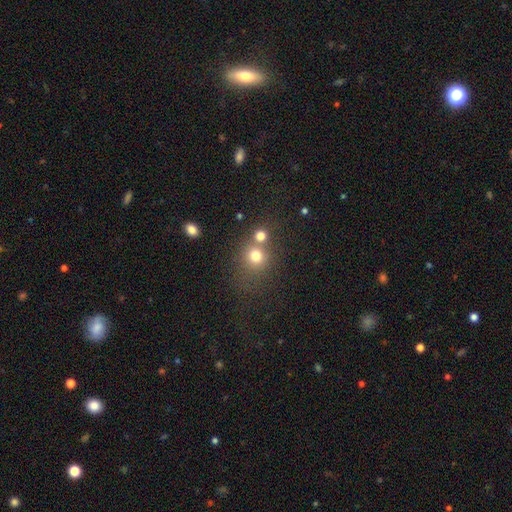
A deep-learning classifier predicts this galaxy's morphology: Smooth or featured? Predicted: smooth (p=0.75). How rounded? Predicted: round (p=0.84). Merging? Predicted: none (p=0.51).